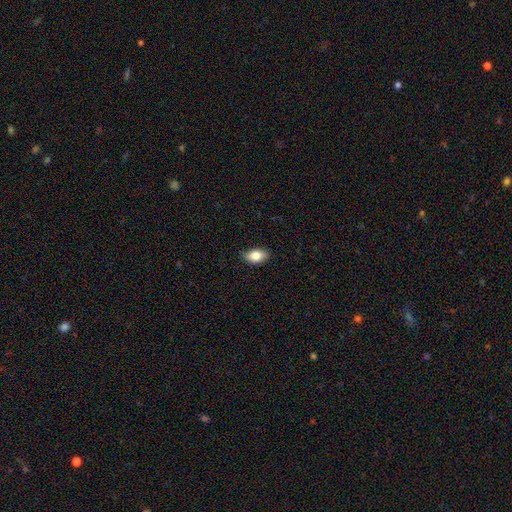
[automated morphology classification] Smooth or featured? smooth (84%)
How rounded? in between (89%)
Merging? none (83%)